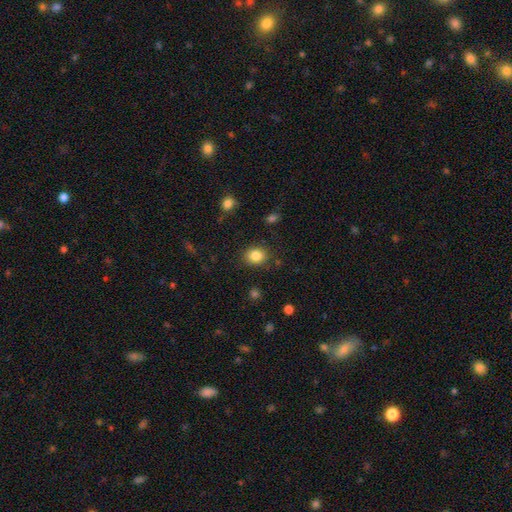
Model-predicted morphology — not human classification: smooth-or-featured: smooth: 84% | star or artifact: 10% | featured or disk: 5%
  how-rounded: round: 67% | in between: 32% | cigar-shaped: 1%
  merging: none: 86% | minor disturbance: 9% | major disturbance: 3% | merger: 2%